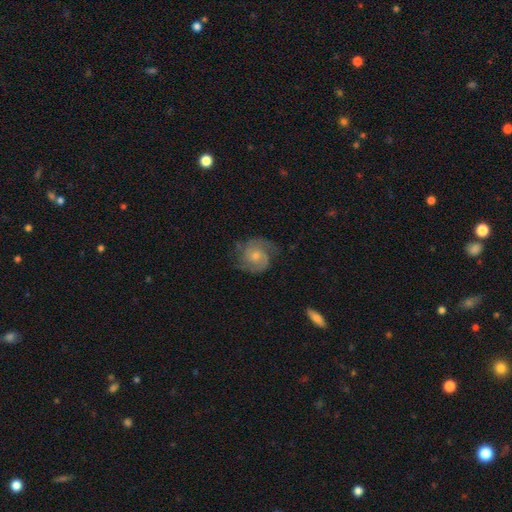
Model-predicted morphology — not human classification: A featured or disk galaxy (82%) with no bar (68%), 2 (81%) medium (46%) spiral arms (96%) and a small central bulge (48%). Merging: none (71%).